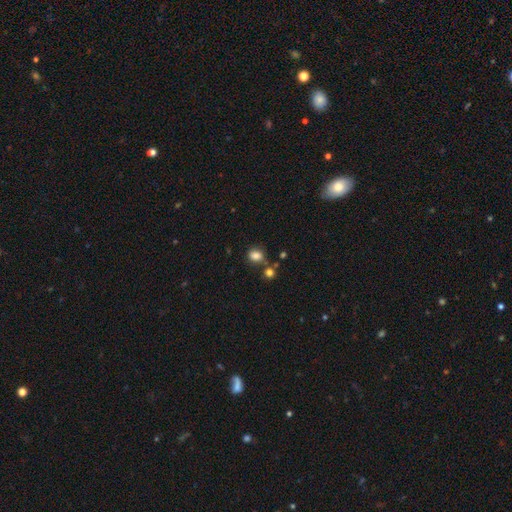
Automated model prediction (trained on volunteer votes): Overall: smooth (82%). How rounded: in between (55%; round 43%). Merging: none (64%).